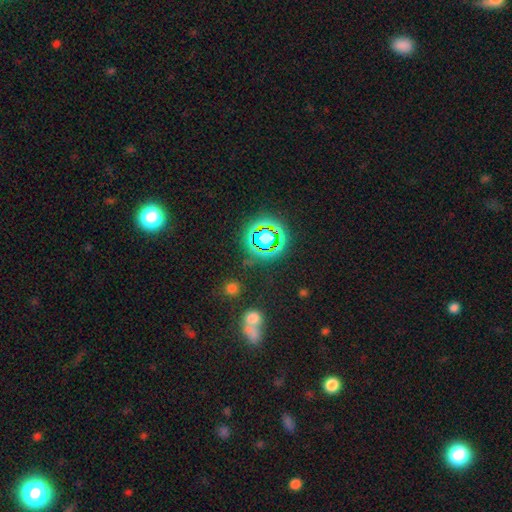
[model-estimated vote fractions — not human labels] This appears to be a star or artifact, not a galaxy (63%).